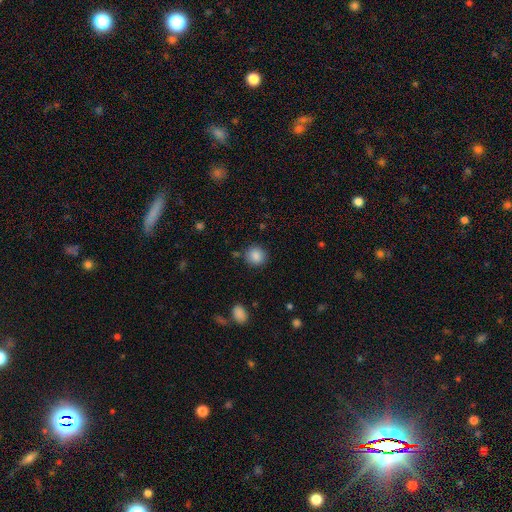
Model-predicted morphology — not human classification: A smooth galaxy with no disk features (87%) that is round (87%).

Vote fractions:
- Smooth or featured? smooth: 87% / star or artifact: 9% / featured or disk: 4%
- How rounded? round: 87% / in between: 12% / cigar-shaped: 1%
- Merging? none: 85% / minor disturbance: 9% / major disturbance: 3% / merger: 3%